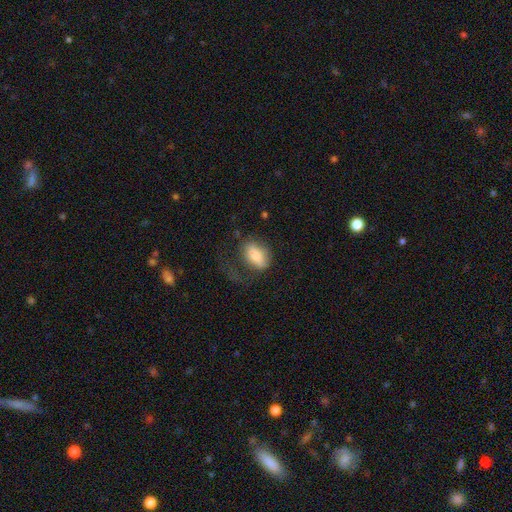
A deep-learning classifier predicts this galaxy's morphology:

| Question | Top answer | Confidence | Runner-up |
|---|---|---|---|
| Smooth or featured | smooth | 77% | featured or disk (15%) |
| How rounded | in between | 88% | round (8%) |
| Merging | none | 37% | major disturbance (36%) |